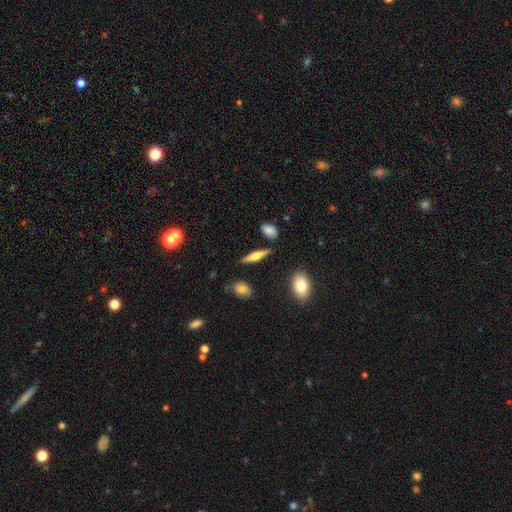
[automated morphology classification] Smooth or featured? featured or disk (48%)
Merging? none (85%)